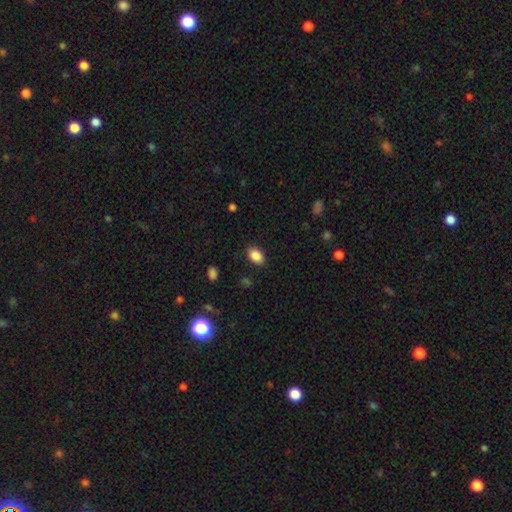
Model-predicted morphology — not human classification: This is clearly a smooth galaxy (87%). How rounded: clearly in between (81%). Merging: clearly none (87%).